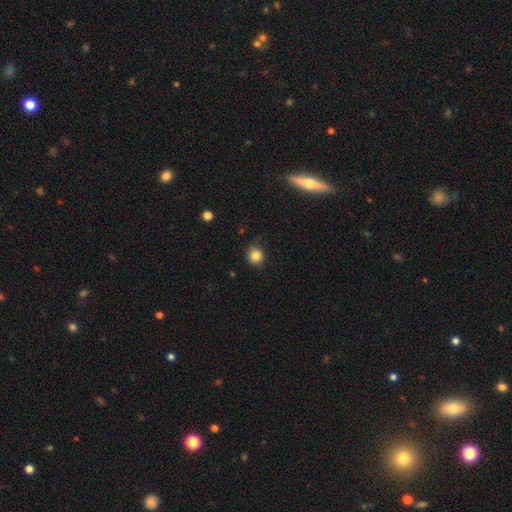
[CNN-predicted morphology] smooth-or-featured: smooth: 84% | star or artifact: 11% | featured or disk: 5%
  how-rounded: round: 85% | in between: 14% | cigar-shaped: 1%
  merging: none: 85% | minor disturbance: 11% | major disturbance: 3% | merger: 1%